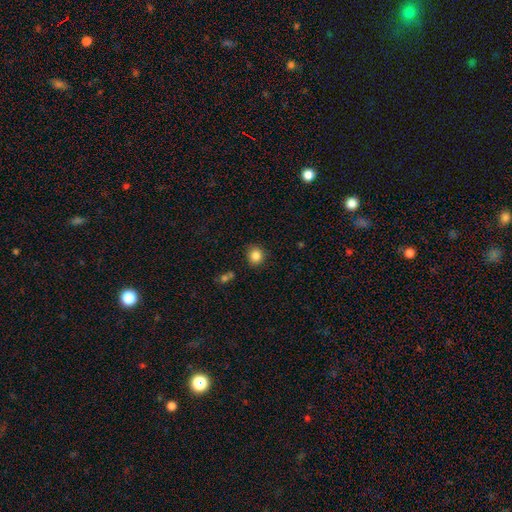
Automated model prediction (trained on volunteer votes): Q: Smooth or featured?
A: smooth (85%); runner-up: star or artifact (10%)
Q: How rounded?
A: round (88%); runner-up: in between (11%)
Q: Merging?
A: none (88%); runner-up: minor disturbance (8%)